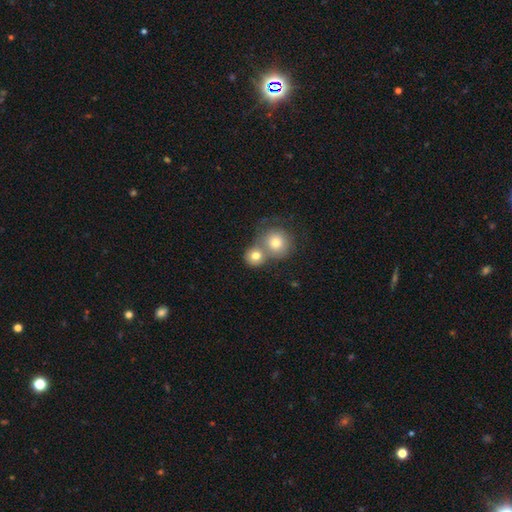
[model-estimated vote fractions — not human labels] smooth-or-featured: smooth: 76% | featured or disk: 15% | star or artifact: 9%
  how-rounded: round: 83% | in between: 16% | cigar-shaped: 1%
  merging: merger: 53% | none: 36% | minor disturbance: 7% | major disturbance: 3%